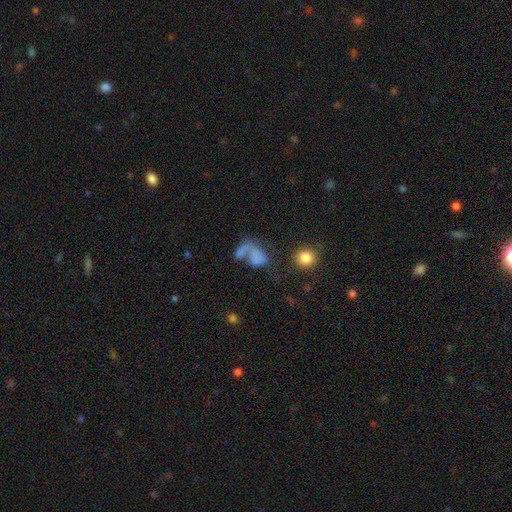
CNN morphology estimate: smooth-or-featured: smooth: 55% | featured or disk: 29% | star or artifact: 16%
  how-rounded: in between: 71% | round: 26% | cigar-shaped: 3%
  merging: merger: 35% | major disturbance: 32% | none: 22% | minor disturbance: 11%